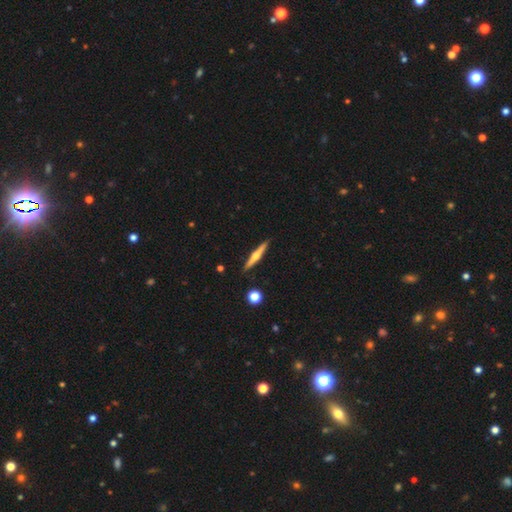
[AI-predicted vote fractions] Smooth or featured? featured or disk (68%)
Edge-on disk? yes (98%)
Edge-on bulge? rounded (92%)
Merging? none (91%)